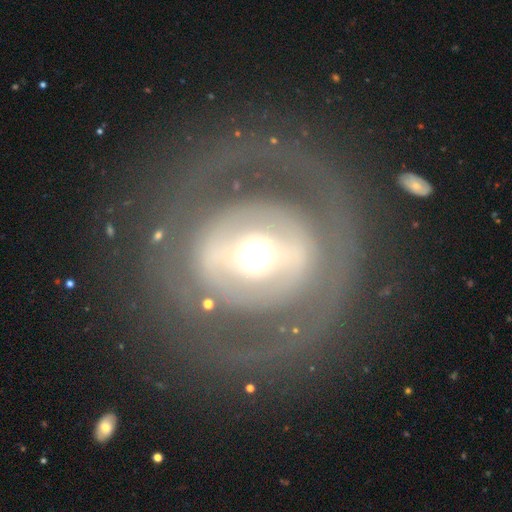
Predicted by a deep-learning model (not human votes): A featured or disk galaxy (69%) with a strong bar (37%), no spiral arms (67%) and a moderate central bulge (59%).

Vote fractions:
- Smooth or featured? featured or disk: 69% / smooth: 24% / star or artifact: 7%
- Edge-on disk? no: 94% / yes: 6%
- Bar? strong: 37% / no: 36% / weak: 27%
- Spiral arms? no: 67% / yes: 33%
- Bulge size? moderate: 59% / large: 23% / small: 13% / dominant: 4% / none: 1%
- Merging? none: 74% / major disturbance: 13% / minor disturbance: 11% / merger: 2%